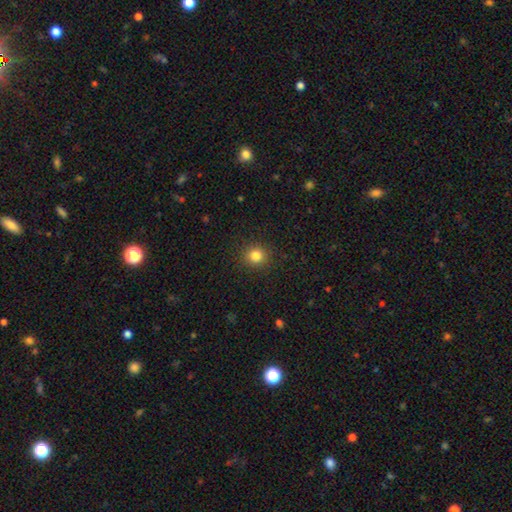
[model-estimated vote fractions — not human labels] Morphology: type=smooth (83%); roundness=round (89%); merging=none (91%).